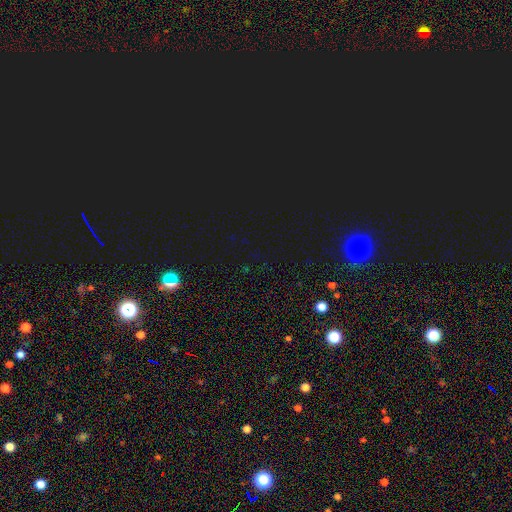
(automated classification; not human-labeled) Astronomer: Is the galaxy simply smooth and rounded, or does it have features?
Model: star or artifact — 77%.